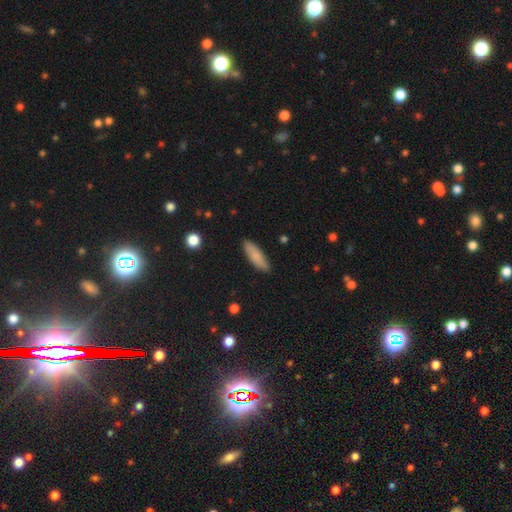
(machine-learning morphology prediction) The model was most divided on "how rounded": cigar-shaped: 53%, in between: 45%, round: 2%. More confident: merging — none (87%); smooth or featured — smooth (80%).